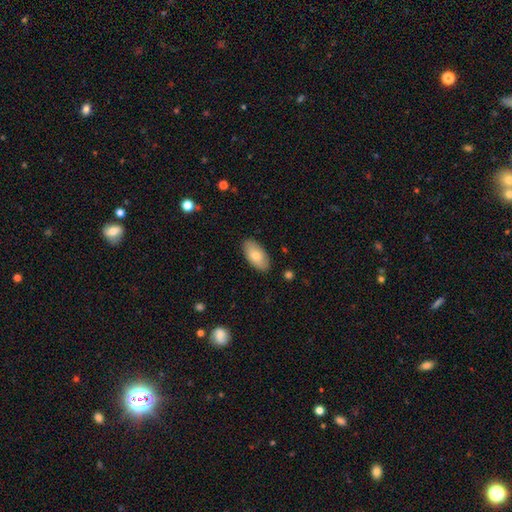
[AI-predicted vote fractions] smooth_or_featured: smooth (p=0.78) [alt: featured or disk p=0.17]
how_rounded: in between (p=0.93) [alt: cigar-shaped p=0.04]
merging: none (p=0.87) [alt: minor disturbance p=0.10]